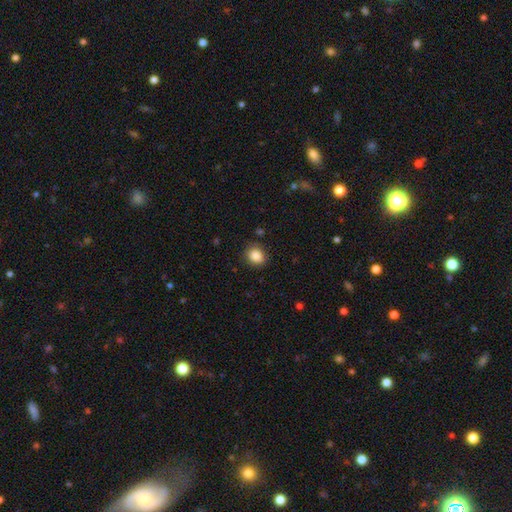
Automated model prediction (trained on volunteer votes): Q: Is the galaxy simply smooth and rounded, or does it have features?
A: smooth — 87%.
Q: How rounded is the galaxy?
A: round — 67%.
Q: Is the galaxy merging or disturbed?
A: none — 84%.